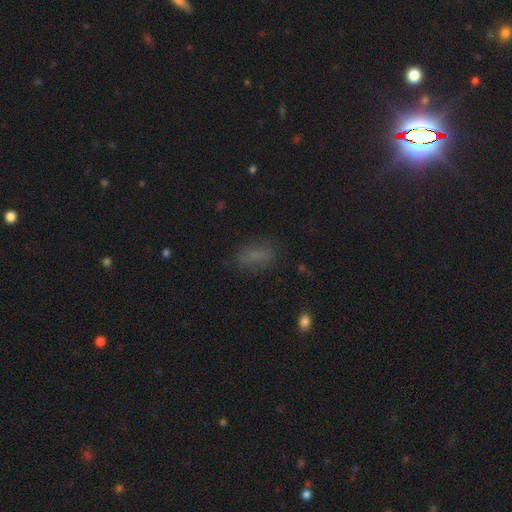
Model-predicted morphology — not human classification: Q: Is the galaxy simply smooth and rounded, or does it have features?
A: smooth — 71%.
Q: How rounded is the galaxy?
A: in between — 82%.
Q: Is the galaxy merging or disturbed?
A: none — 78%.